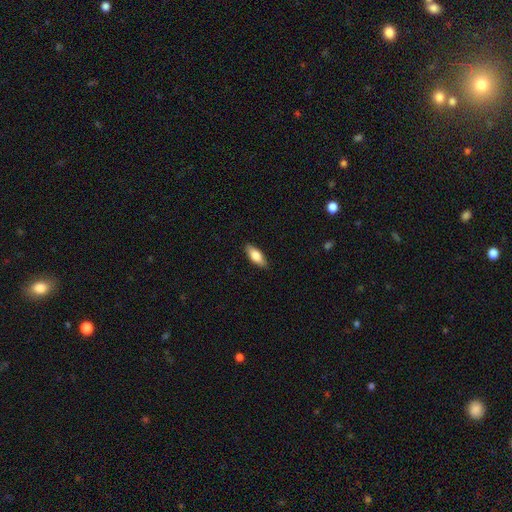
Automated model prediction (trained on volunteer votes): This is likely a smooth galaxy (77%). How rounded: likely in between (75%). Merging: clearly none (88%).